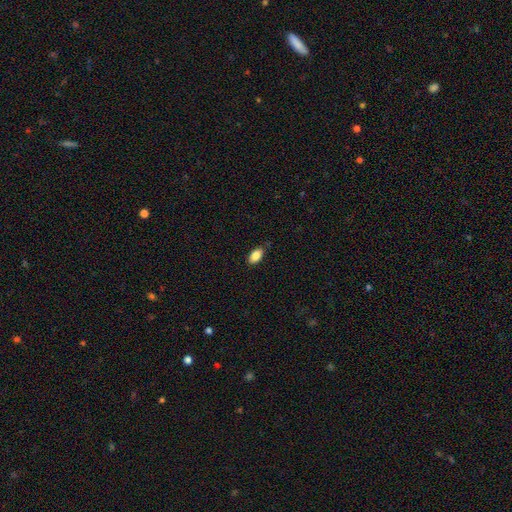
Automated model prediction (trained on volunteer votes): The model was most divided on "merging": none: 83%, minor disturbance: 13%, major disturbance: 2%, merger: 1%. More confident: how rounded — in between (91%); smooth or featured — smooth (85%).